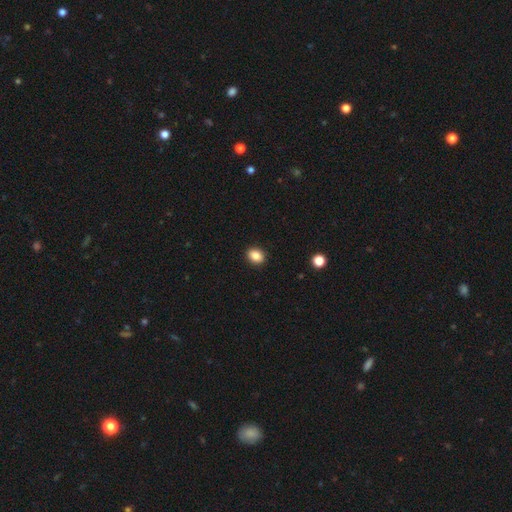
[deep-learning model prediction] A smooth galaxy with no disk features (86%) that is in between round and cigar-shaped (54%).

Vote fractions:
- Smooth or featured? smooth: 86% / star or artifact: 10% / featured or disk: 4%
- How rounded? in between: 54% / round: 45% / cigar-shaped: 1%
- Merging? none: 91% / minor disturbance: 6% / major disturbance: 2% / merger: 1%